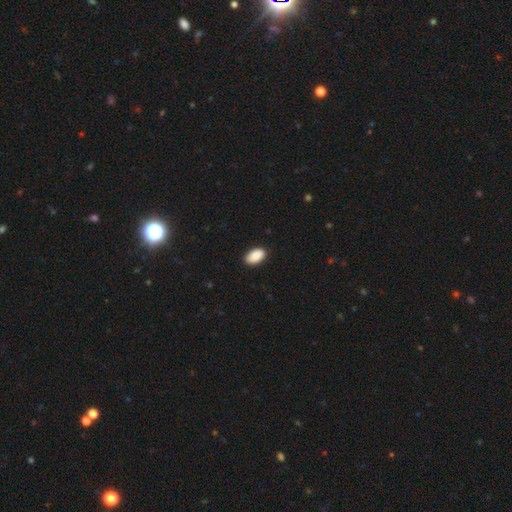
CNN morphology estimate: type=smooth (90%); roundness=in between (94%); merging=none (87%).